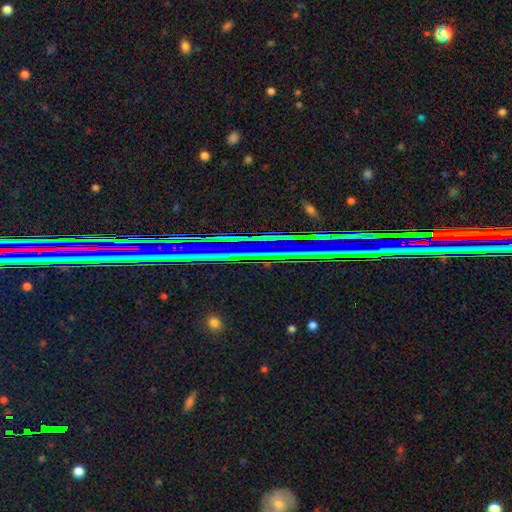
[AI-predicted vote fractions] Smooth or featured?
  - star or artifact: 83% *
  - featured or disk: 9%
  - smooth: 8%